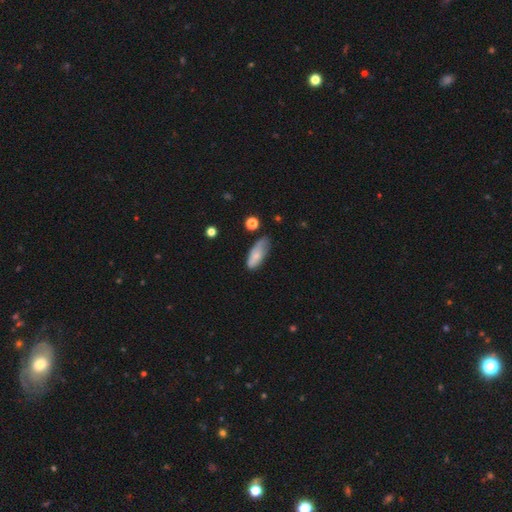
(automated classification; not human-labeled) Smooth or featured: smooth — 71% (featured or disk — 22%)
How rounded: in between — 78% (cigar-shaped — 19%)
Merging: none — 53% (minor disturbance — 35%)